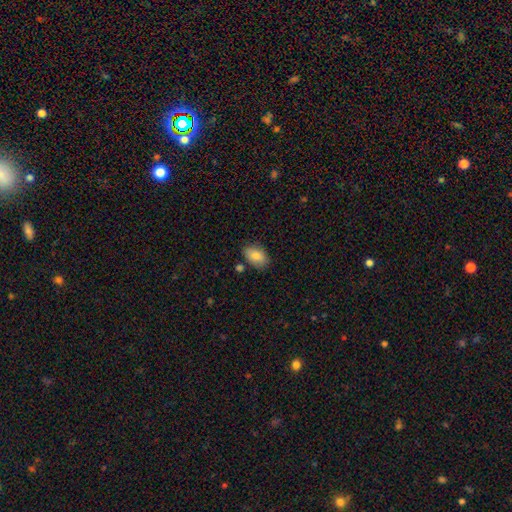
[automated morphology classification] Smooth or featured: smooth — 82% (featured or disk — 11%)
How rounded: in between — 89% (round — 10%)
Merging: none — 79% (minor disturbance — 14%)